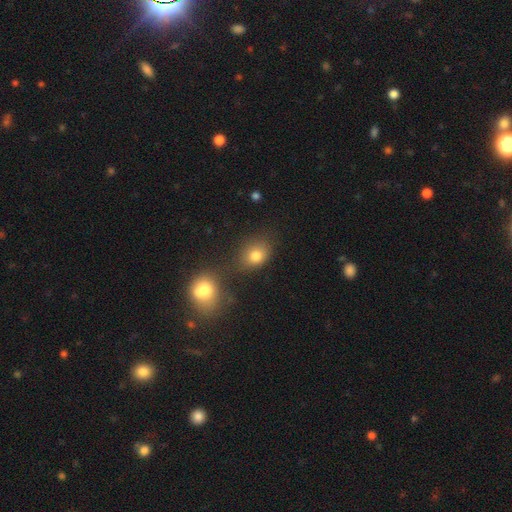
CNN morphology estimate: type=smooth (78%); roundness=in between (51%); merging=none (65%).